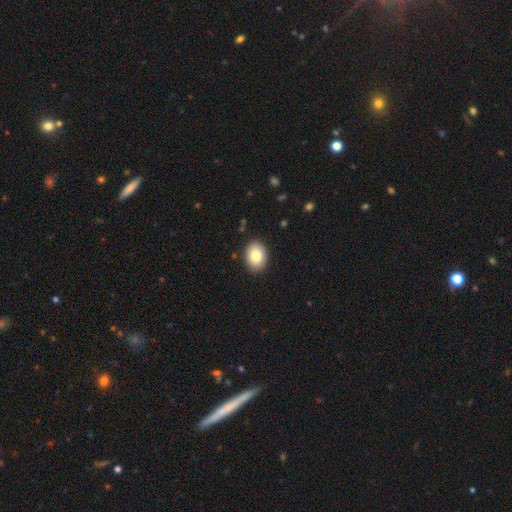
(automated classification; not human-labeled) smooth-or-featured: smooth: 84% | featured or disk: 9% | star or artifact: 8%
  how-rounded: in between: 71% | round: 28% | cigar-shaped: 1%
  merging: none: 89% | minor disturbance: 8% | major disturbance: 2% | merger: 1%